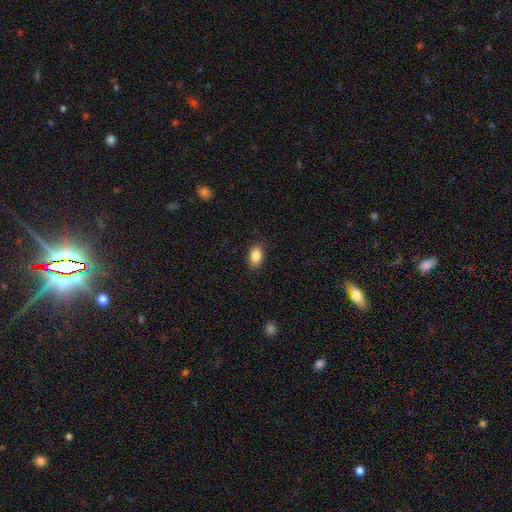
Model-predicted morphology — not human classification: Q: Smooth or featured?
A: smooth (86%); runner-up: star or artifact (8%)
Q: How rounded?
A: in between (87%); runner-up: round (11%)
Q: Merging?
A: none (86%); runner-up: minor disturbance (11%)